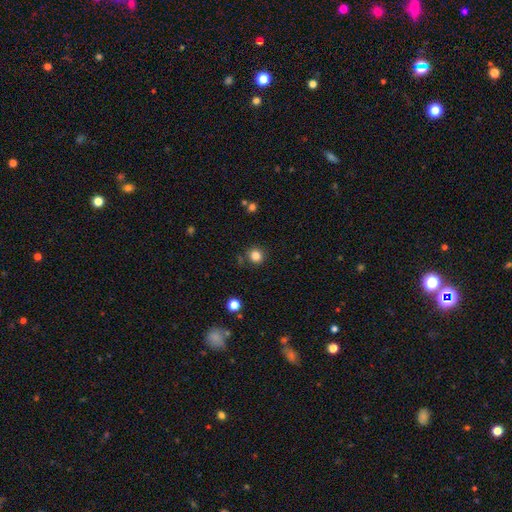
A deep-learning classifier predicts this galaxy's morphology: type=smooth (84%); roundness=round (92%); merging=none (87%).